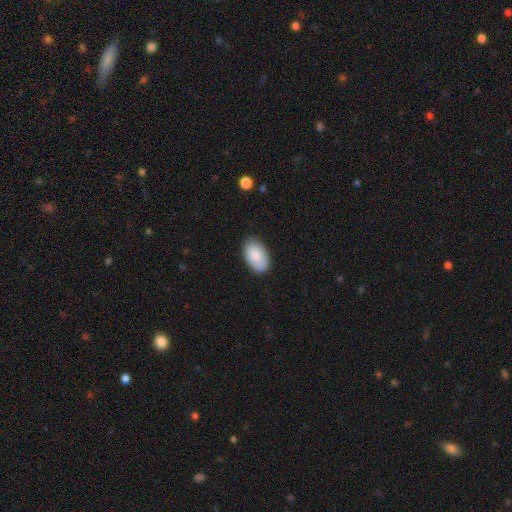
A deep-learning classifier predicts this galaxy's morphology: This is clearly a smooth galaxy (87%). How rounded: clearly in between (94%). Merging: clearly none (80%).